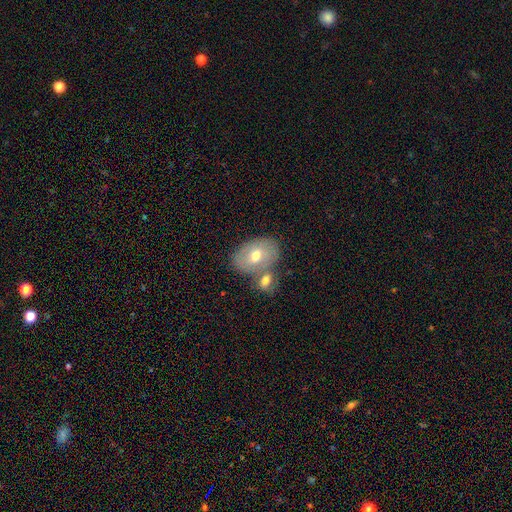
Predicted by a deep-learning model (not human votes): A smooth galaxy with no disk features (59%) that is in between round and cigar-shaped (79%).

Vote fractions:
- Smooth or featured? smooth: 59% / featured or disk: 34% / star or artifact: 7%
- How rounded? in between: 79% / round: 20% / cigar-shaped: 1%
- Merging? none: 47% / merger: 37% / minor disturbance: 12% / major disturbance: 4%